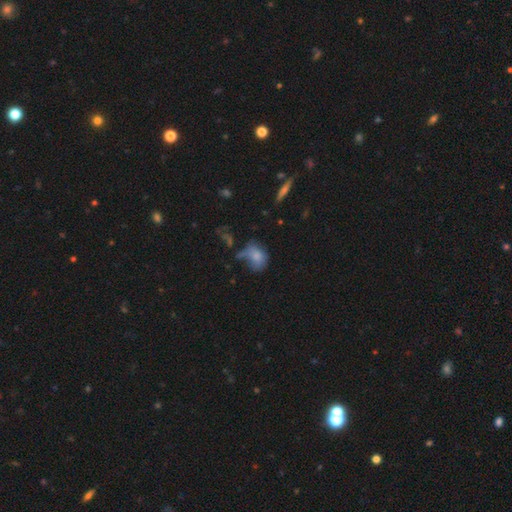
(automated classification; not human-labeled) This appears to be a smooth galaxy with no disk features (71%) that is in between round and cigar-shaped (73%). Merging: none (34%).